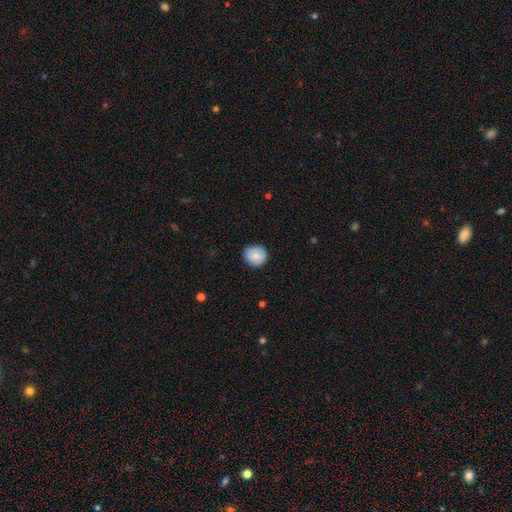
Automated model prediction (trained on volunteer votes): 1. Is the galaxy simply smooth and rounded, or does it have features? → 84% smooth, 9% featured or disk, 7% star or artifact.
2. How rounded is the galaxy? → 86% round, 13% in between, 1% cigar-shaped.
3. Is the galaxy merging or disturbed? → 82% none, 15% minor disturbance, 2% major disturbance, 1% merger.